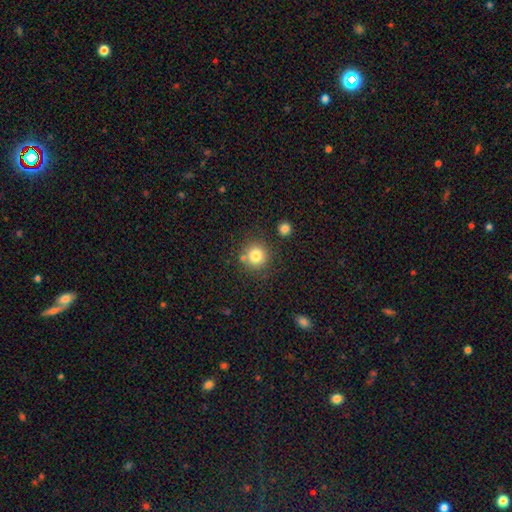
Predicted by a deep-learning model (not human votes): smooth-or-featured: smooth: 82% | star or artifact: 11% | featured or disk: 7%
  how-rounded: round: 94% | in between: 6% | cigar-shaped: 1%
  merging: none: 80% | merger: 9% | minor disturbance: 9% | major disturbance: 3%